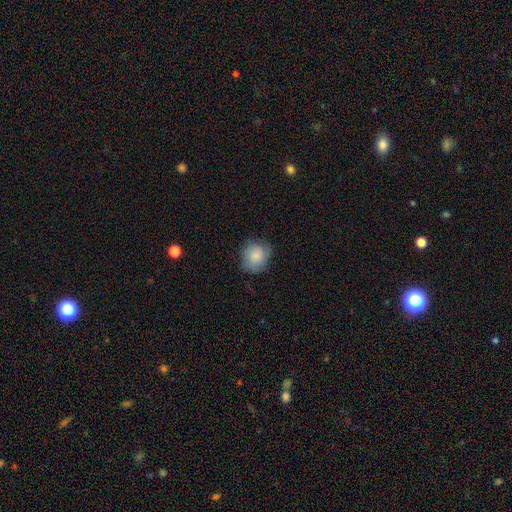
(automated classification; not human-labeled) smooth 82%, featured or disk 11%, star or artifact 7%. Down the decision tree: how rounded — round (78%); merging — none (72%).